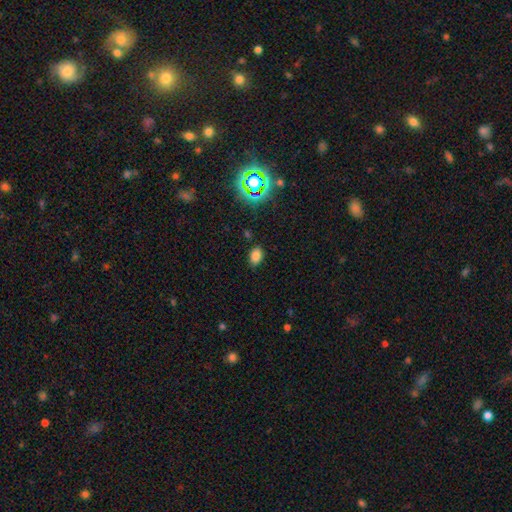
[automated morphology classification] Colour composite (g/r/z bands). It shows a smooth galaxy with no disk features (78%) that is in between round and cigar-shaped (82%). Merging: none (83%).